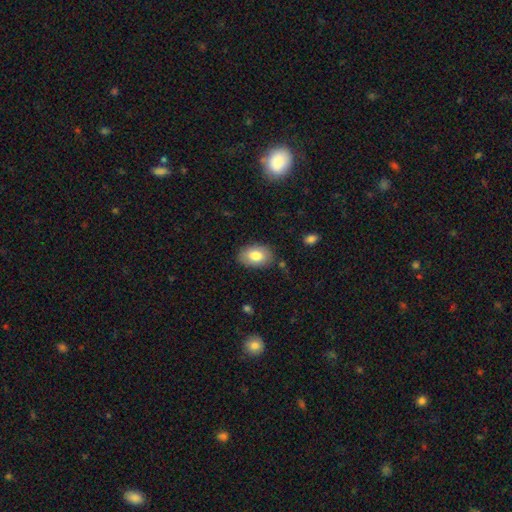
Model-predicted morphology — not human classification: Q: Smooth or featured?
A: smooth (80%); runner-up: featured or disk (13%)
Q: How rounded?
A: in between (89%); runner-up: round (10%)
Q: Merging?
A: none (83%); runner-up: minor disturbance (12%)